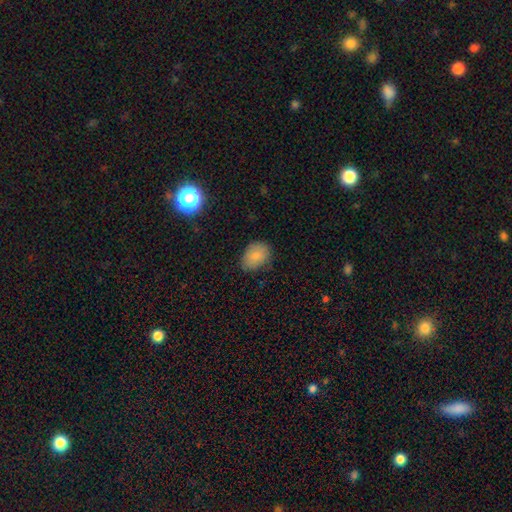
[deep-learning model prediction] smooth_or_featured: smooth (p=0.83) [alt: star or artifact p=0.08]
how_rounded: in between (p=0.76) [alt: round p=0.23]
merging: none (p=0.74) [alt: minor disturbance p=0.20]